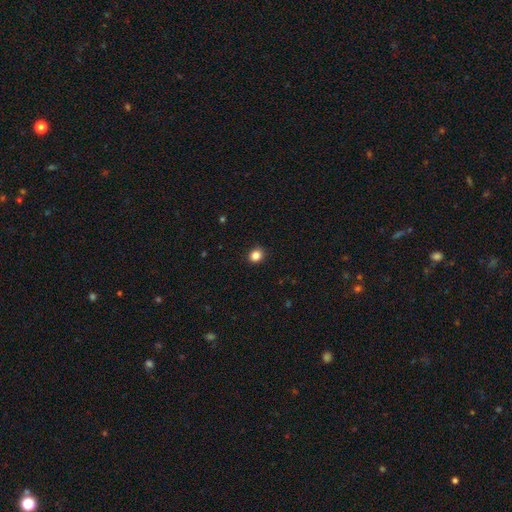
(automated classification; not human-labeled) Smooth or featured? smooth (85%)
How rounded? round (80%)
Merging? none (91%)